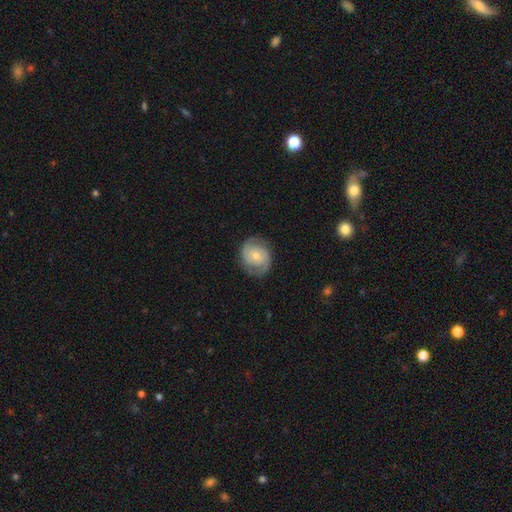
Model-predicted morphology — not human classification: featured or disk 68%, smooth 26%, star or artifact 6%. Down the decision tree: edge-on disk — no (98%); bar — no (63%); spiral arms — yes (91%); spiral arm count — 2 (82%); spiral winding — tight (44%); bulge size — moderate (51%); merging — none (78%).